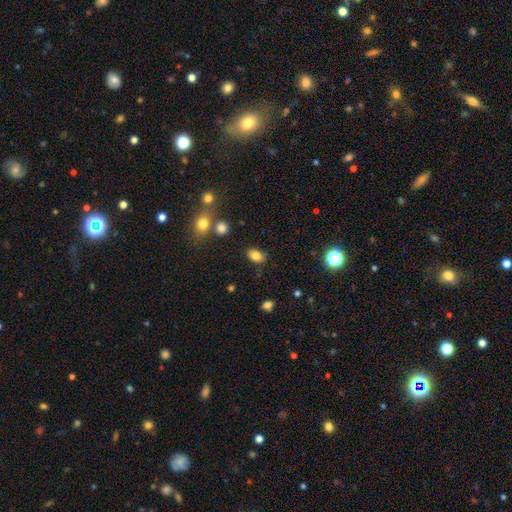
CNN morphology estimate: Q: Smooth or featured?
A: smooth (82%); runner-up: star or artifact (11%)
Q: How rounded?
A: in between (83%); runner-up: round (15%)
Q: Merging?
A: none (82%); runner-up: minor disturbance (12%)